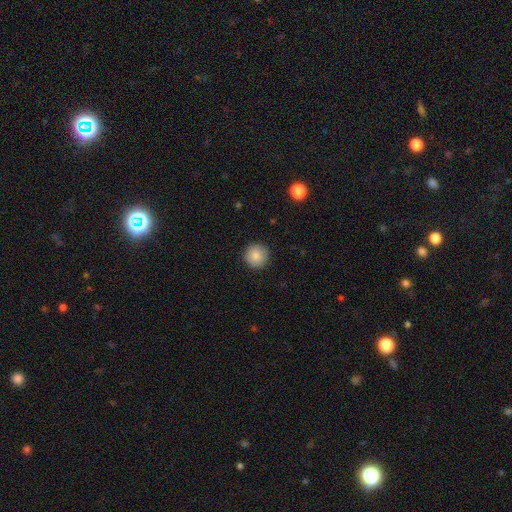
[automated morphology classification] A smooth galaxy with no disk features (86%) that is round (96%). Merging: none (91%).